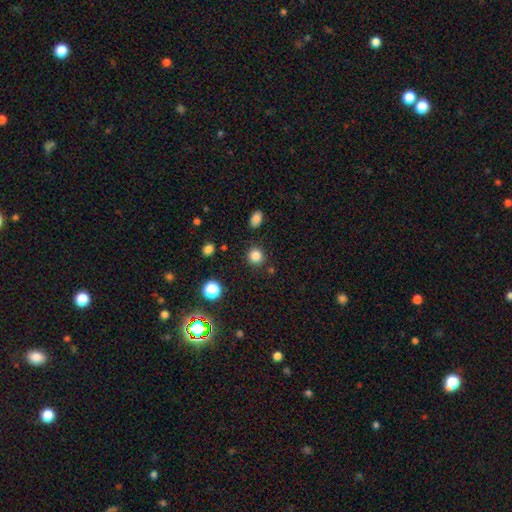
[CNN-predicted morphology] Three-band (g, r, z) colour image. It shows a smooth galaxy with no disk features (83%) that is round (90%). Merging: none (87%).